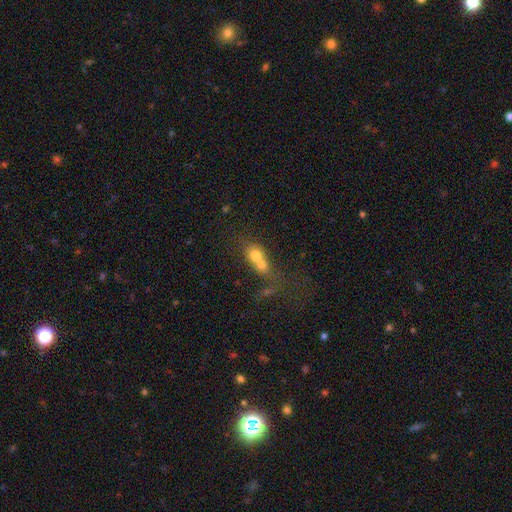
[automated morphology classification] type=smooth (67%); roundness=round (58%); merging=merger (73%).